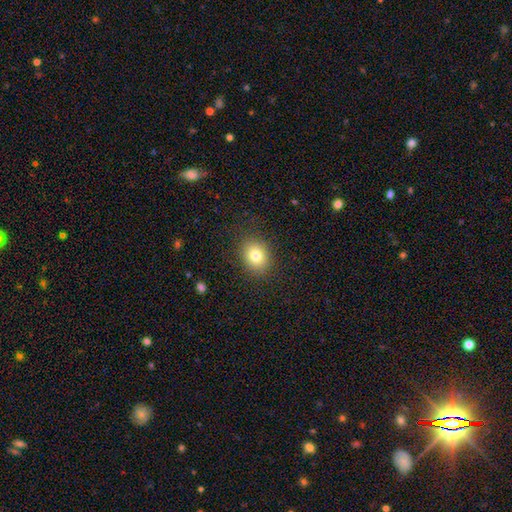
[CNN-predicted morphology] The model was most divided on "how rounded": round: 57%, in between: 42%, cigar-shaped: 1%. More confident: merging — none (87%); smooth or featured — smooth (79%).